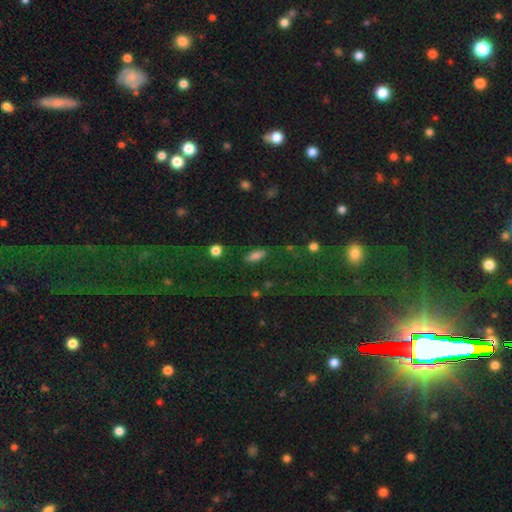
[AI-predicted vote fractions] smooth-or-featured: smooth: 81% | star or artifact: 10% | featured or disk: 8%
  how-rounded: in between: 75% | cigar-shaped: 22% | round: 4%
  merging: none: 80% | minor disturbance: 13% | major disturbance: 4% | merger: 2%